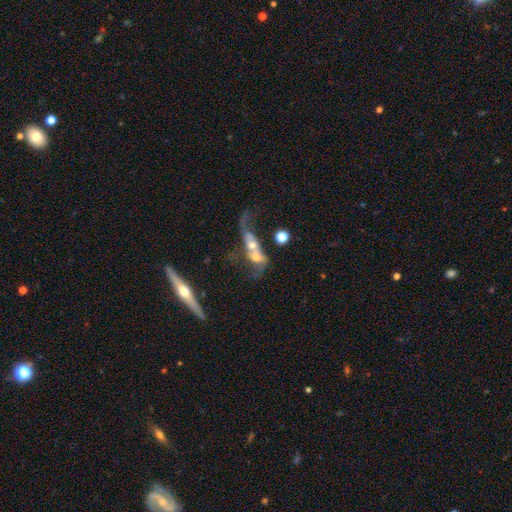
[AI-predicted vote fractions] smooth-or-featured: featured or disk: 63% | smooth: 26% | star or artifact: 11%
  disk-edge-on: no: 71% | yes: 29%
  merging: merger: 66% | major disturbance: 14% | none: 13% | minor disturbance: 7%